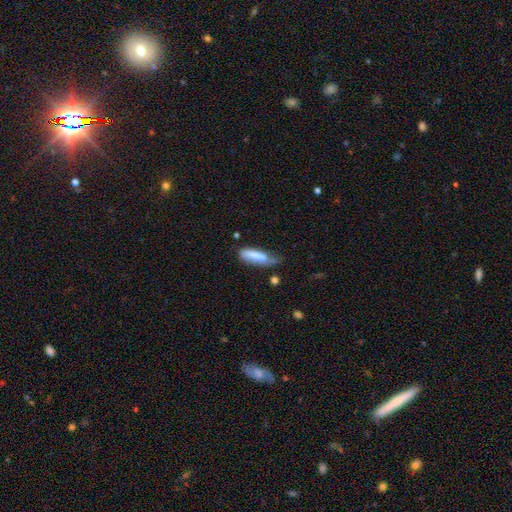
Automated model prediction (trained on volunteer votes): This appears to be a smooth galaxy with no disk features (74%) that is cigar-shaped (55%). Merging: minor disturbance (38%).